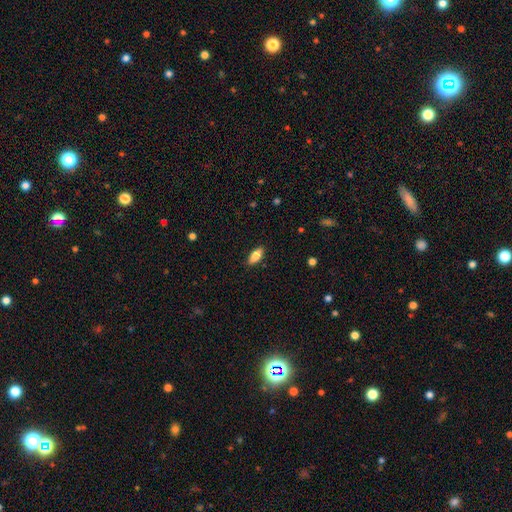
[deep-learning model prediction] The model was most divided on "how rounded": in between: 79%, cigar-shaped: 19%, round: 2%. More confident: merging — none (88%); smooth or featured — smooth (80%).